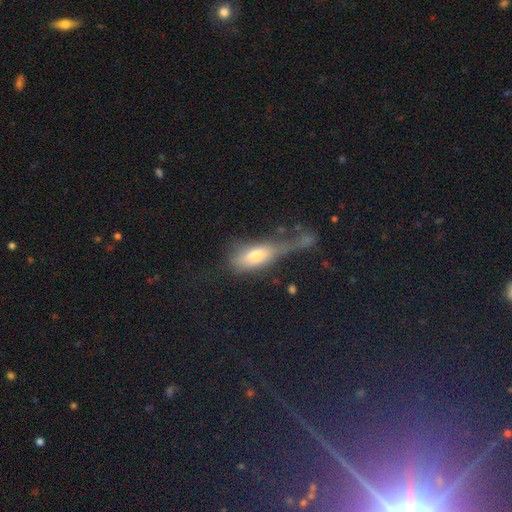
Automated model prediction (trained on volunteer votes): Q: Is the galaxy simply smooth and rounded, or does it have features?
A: smooth — 64%.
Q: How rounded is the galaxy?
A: in between — 71%.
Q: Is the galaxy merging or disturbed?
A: major disturbance — 44%.